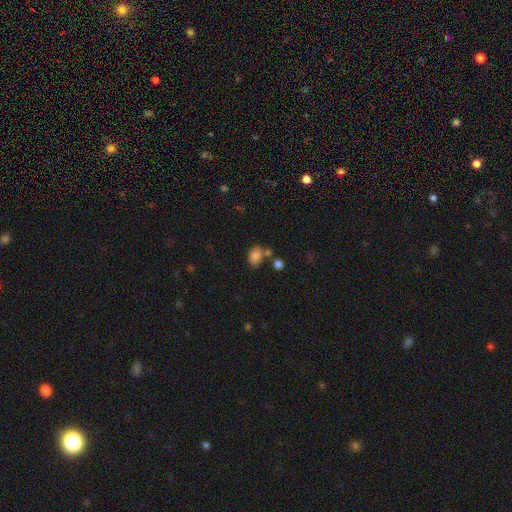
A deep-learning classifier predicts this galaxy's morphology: Smooth or featured? smooth (83%)
How rounded? in between (79%)
Merging? none (56%)